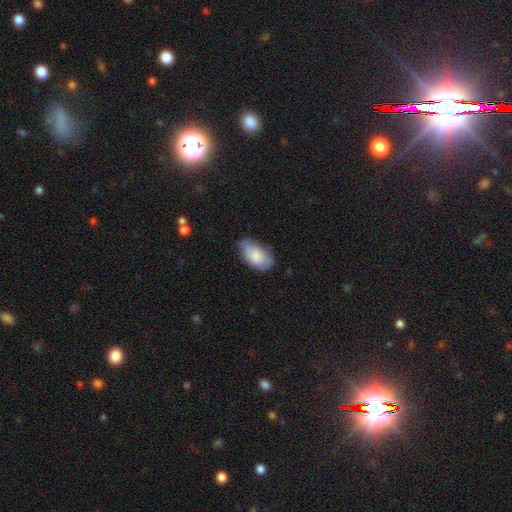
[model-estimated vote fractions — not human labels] Smooth or featured? Predicted: smooth (p=0.84). How rounded? Predicted: in between (p=0.95). Merging? Predicted: none (p=0.65).